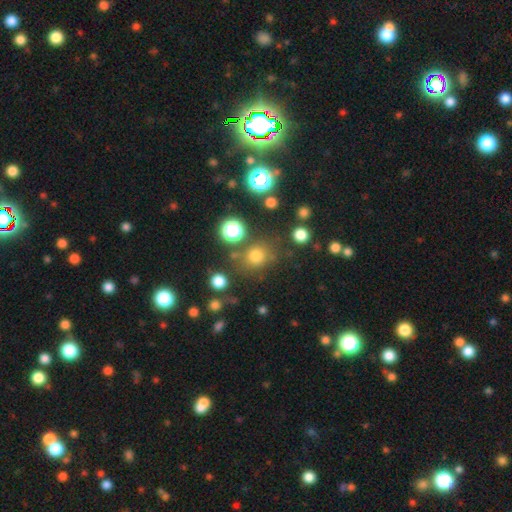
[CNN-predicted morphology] This is likely a smooth galaxy (68%). How rounded: clearly round (82%). Merging: likely none (77%).